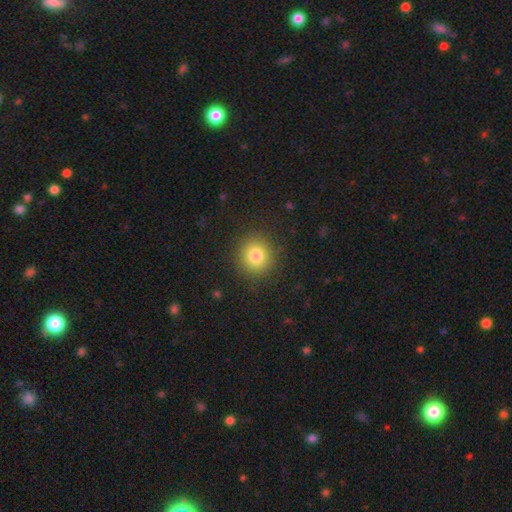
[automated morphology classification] This is clearly a smooth galaxy (82%). How rounded: clearly round (90%). Merging: clearly none (89%).